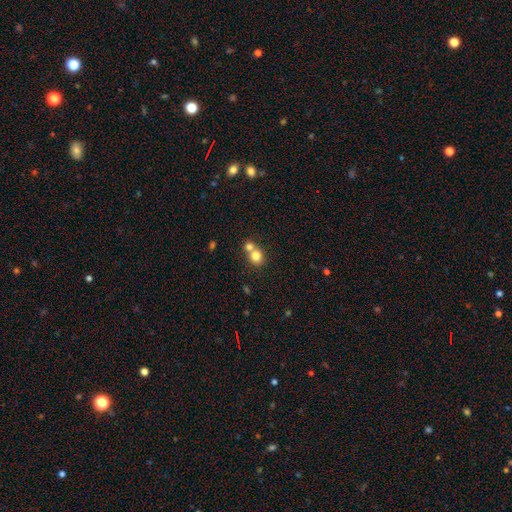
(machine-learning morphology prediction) Smooth or featured? smooth (79%)
How rounded? round (80%)
Merging? merger (54%)